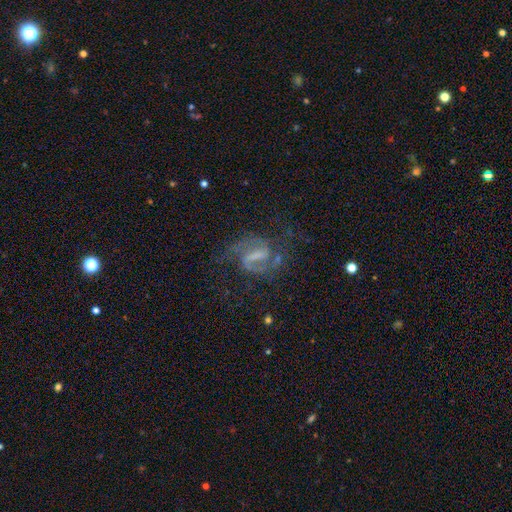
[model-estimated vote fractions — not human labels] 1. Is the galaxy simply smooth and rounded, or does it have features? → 86% featured or disk, 8% star or artifact, 7% smooth.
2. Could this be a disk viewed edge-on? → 97% no, 3% yes.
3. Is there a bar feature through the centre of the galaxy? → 49% strong, 41% weak, 10% no.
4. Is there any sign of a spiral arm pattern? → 95% yes, 5% no.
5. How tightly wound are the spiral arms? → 56% medium, 26% loose, 17% tight.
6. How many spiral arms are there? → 89% 2, 4% can't tell, 2% 1, 2% 3, 1% 4, 1% more than 4.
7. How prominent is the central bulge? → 46% none, 31% small, 18% moderate, 4% large, 1% dominant.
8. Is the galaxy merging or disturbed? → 64% none, 17% minor disturbance, 16% major disturbance, 3% merger.